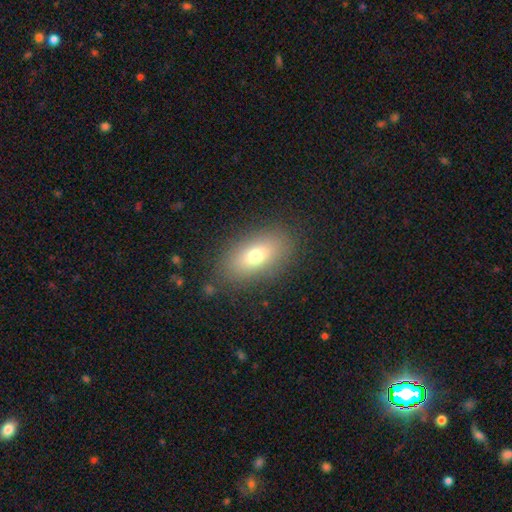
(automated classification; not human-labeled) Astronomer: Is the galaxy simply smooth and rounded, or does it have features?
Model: smooth — 70%.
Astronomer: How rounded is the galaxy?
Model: in between — 85%.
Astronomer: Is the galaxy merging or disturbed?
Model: none — 84%.